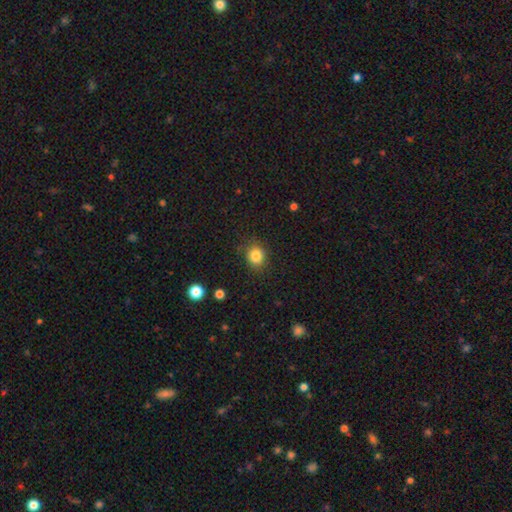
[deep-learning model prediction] Q: Smooth or featured?
A: smooth (84%); runner-up: star or artifact (11%)
Q: How rounded?
A: round (73%); runner-up: in between (26%)
Q: Merging?
A: none (83%); runner-up: minor disturbance (12%)